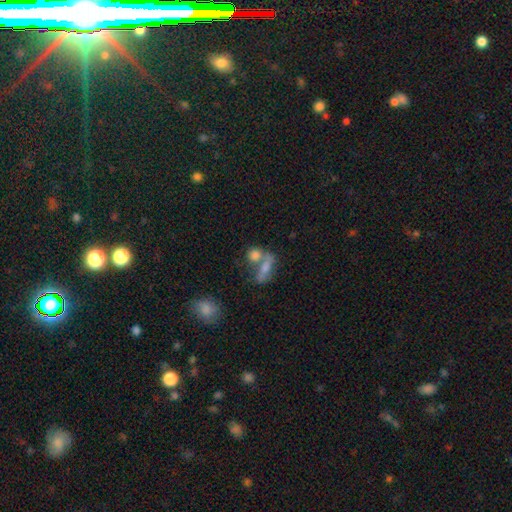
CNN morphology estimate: A smooth galaxy with no disk features (46%).

Vote fractions:
- Smooth or featured? smooth: 46% / featured or disk: 29% / star or artifact: 25%
- Merging? merger: 42% / none: 41% / minor disturbance: 10% / major disturbance: 7%